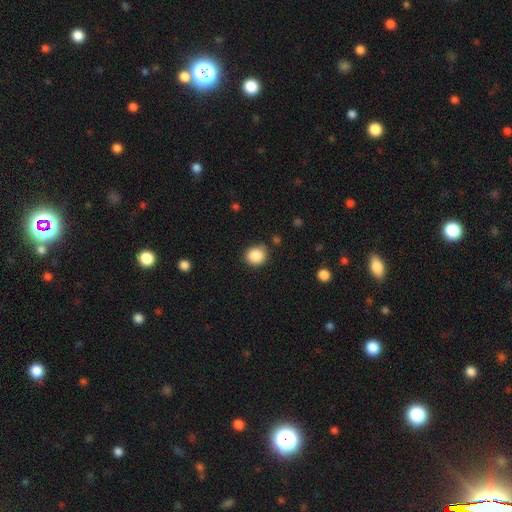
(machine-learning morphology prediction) A smooth galaxy with no disk features (87%) that is round (84%).

Vote fractions:
- Smooth or featured? smooth: 87% / star or artifact: 9% / featured or disk: 4%
- How rounded? round: 84% / in between: 15% / cigar-shaped: 1%
- Merging? none: 81% / minor disturbance: 13% / major disturbance: 3% / merger: 3%